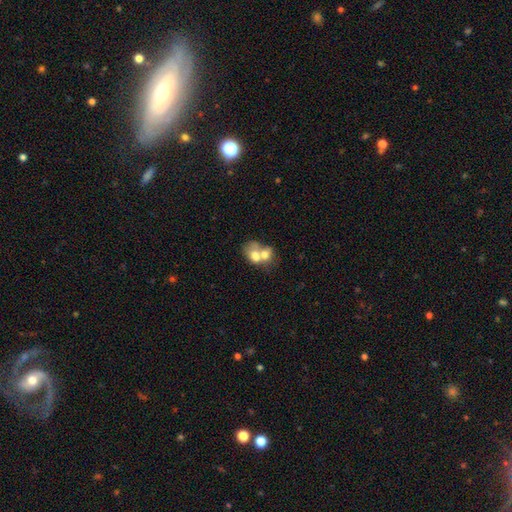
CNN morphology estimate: Overall: smooth (63%; featured or disk 28%). How rounded: in between (58%; round 41%). Merging: merger (72%).